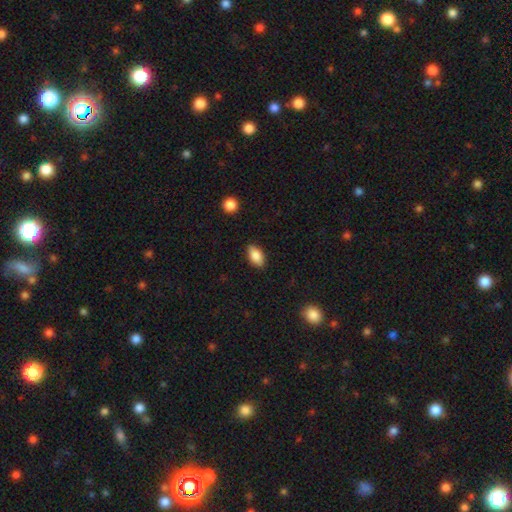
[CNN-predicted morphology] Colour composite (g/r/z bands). It shows a smooth galaxy with no disk features (84%) that is in between round and cigar-shaped (90%). Merging: none (86%).